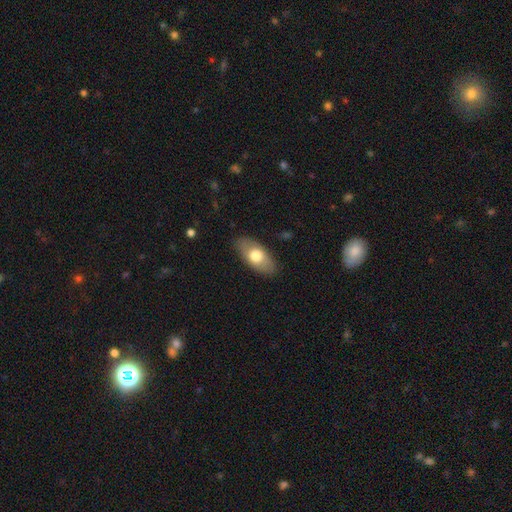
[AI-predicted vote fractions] A smooth galaxy with no disk features (68%) that is in between round and cigar-shaped (90%). Merging: none (85%).